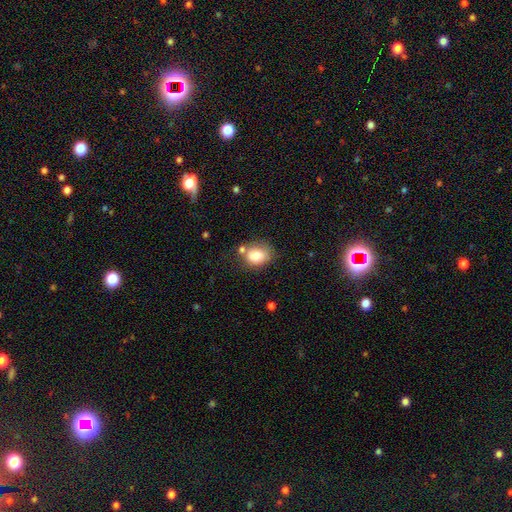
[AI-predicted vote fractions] Q: Smooth or featured?
A: smooth (81%); runner-up: featured or disk (10%)
Q: How rounded?
A: in between (59%); runner-up: round (40%)
Q: Merging?
A: none (56%); runner-up: minor disturbance (22%)